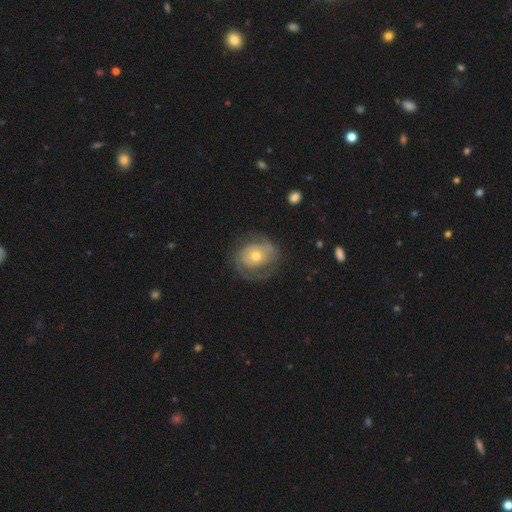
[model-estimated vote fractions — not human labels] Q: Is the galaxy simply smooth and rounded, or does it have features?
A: featured or disk — 70%.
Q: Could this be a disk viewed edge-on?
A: no — 97%.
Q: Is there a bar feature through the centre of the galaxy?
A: no — 76%.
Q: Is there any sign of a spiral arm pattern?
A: yes — 80%.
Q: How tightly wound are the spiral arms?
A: tight — 50%.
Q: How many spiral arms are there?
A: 2 — 58%.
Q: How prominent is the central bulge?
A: moderate — 57%.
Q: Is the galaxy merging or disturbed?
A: none — 65%.